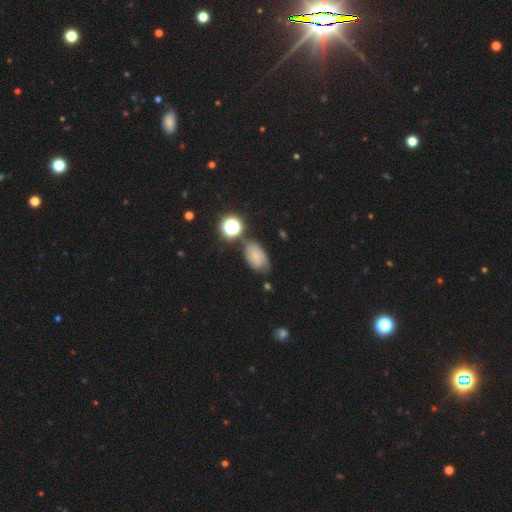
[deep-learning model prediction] smooth_or_featured: smooth (p=0.56) [alt: featured or disk p=0.28]
how_rounded: in between (p=0.87) [alt: round p=0.11]
merging: none (p=0.56) [alt: minor disturbance p=0.28]